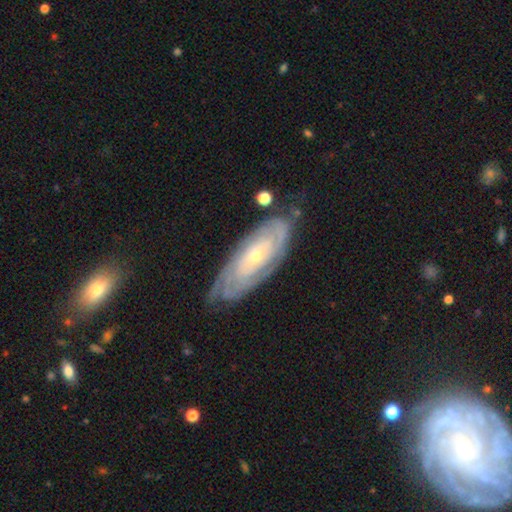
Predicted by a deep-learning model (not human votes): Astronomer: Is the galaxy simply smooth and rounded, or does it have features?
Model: featured or disk — 83%.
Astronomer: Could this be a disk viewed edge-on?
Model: no — 90%.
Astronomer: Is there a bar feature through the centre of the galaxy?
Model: no — 77%.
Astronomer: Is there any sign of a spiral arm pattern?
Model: yes — 91%.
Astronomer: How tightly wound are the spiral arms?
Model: tight — 80%.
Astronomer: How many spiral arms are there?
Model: can't tell — 50%.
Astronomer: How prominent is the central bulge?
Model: small — 72%.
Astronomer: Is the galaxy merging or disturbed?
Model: none — 71%.